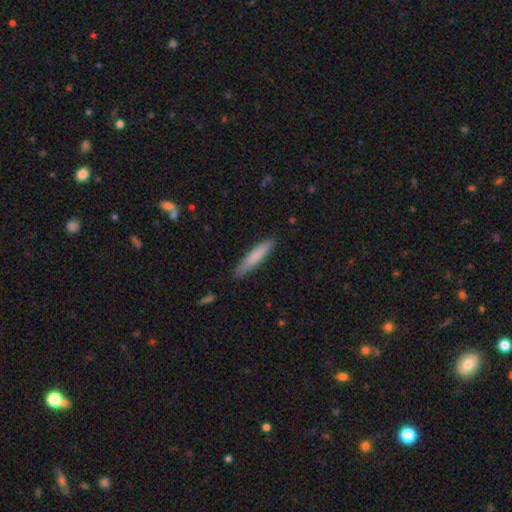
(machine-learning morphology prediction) smooth_or_featured: smooth (p=0.79) [alt: featured or disk p=0.15]
how_rounded: cigar-shaped (p=0.90) [alt: in between p=0.09]
merging: none (p=0.87) [alt: minor disturbance p=0.10]